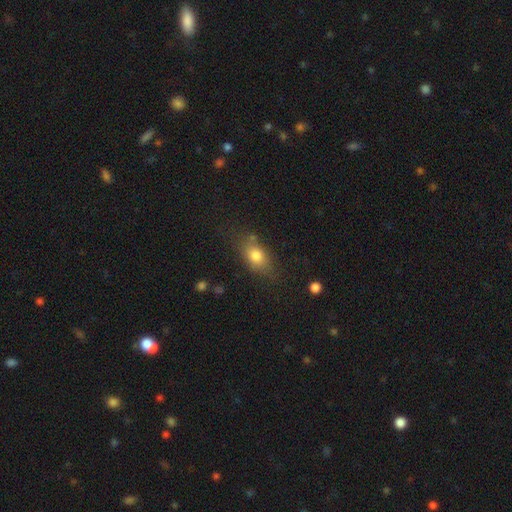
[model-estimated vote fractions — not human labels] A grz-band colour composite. It shows a smooth galaxy with no disk features (77%) that is in between round and cigar-shaped (76%). Merging: none (68%).